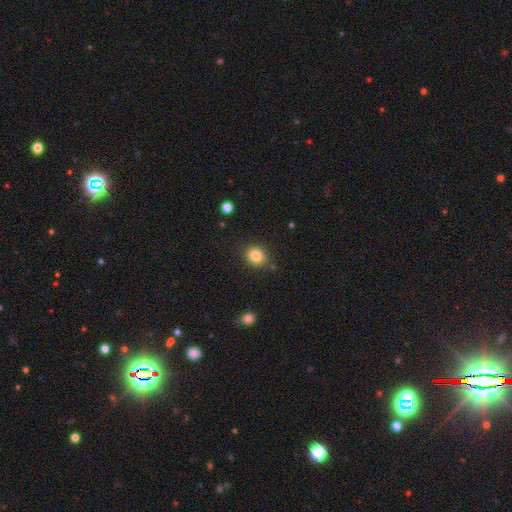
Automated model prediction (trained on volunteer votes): Q: Smooth or featured?
A: smooth (83%); runner-up: star or artifact (10%)
Q: How rounded?
A: round (67%); runner-up: in between (32%)
Q: Merging?
A: none (80%); runner-up: minor disturbance (13%)